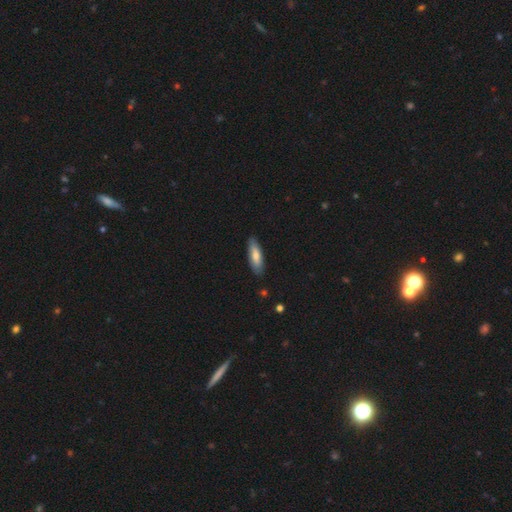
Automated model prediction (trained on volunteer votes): Smooth or featured: smooth — 75% (featured or disk — 20%)
How rounded: cigar-shaped — 49% (tied with in between — 49%)
Merging: none — 85% (minor disturbance — 11%)